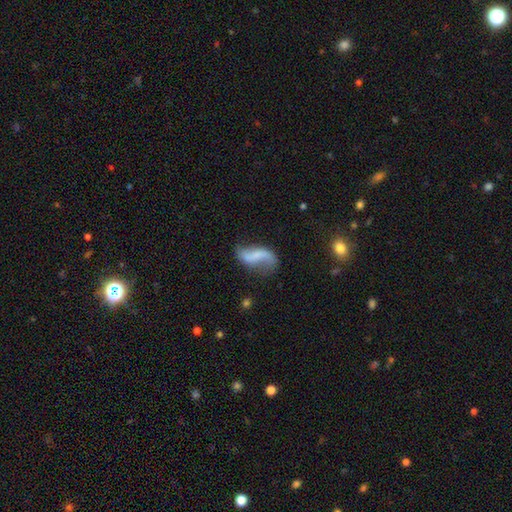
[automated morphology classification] A featured or disk galaxy (68%) with no bar (39%), 2 (87%) loose (87%) spiral arms (87%) and no central bulge (57%). Merging: none (57%).